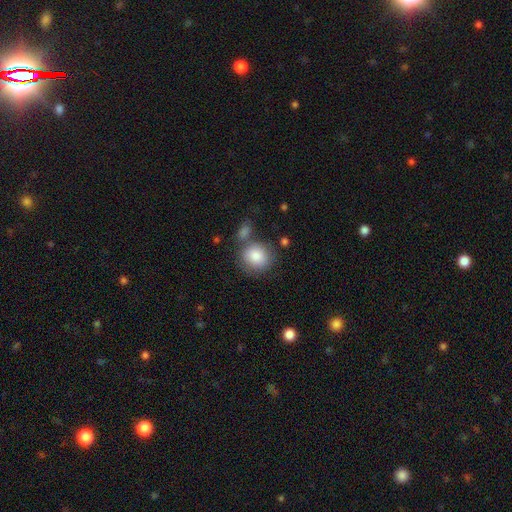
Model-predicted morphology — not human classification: Smooth or featured? smooth (84%)
How rounded? round (85%)
Merging? none (65%)